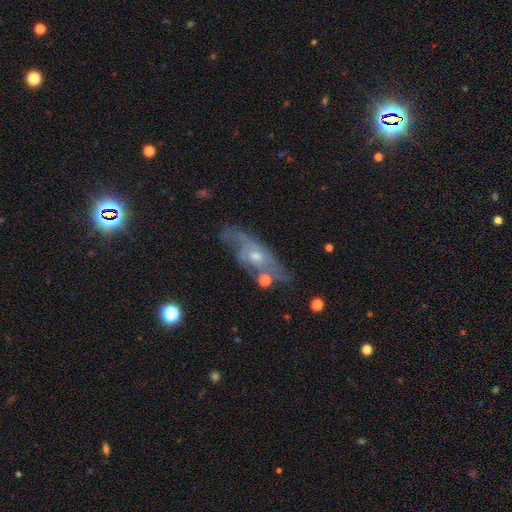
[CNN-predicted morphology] smooth_or_featured: featured or disk (p=0.71) [alt: smooth p=0.19]
disk_edge_on: no (p=0.80) [alt: yes p=0.20]
bar: no (p=0.68) [alt: weak p=0.27]
has_spiral_arms: yes (p=0.79) [alt: no p=0.21]
bulge_size: small (p=0.50) [alt: moderate p=0.43]
merging: none (p=0.58) [alt: minor disturbance p=0.23]